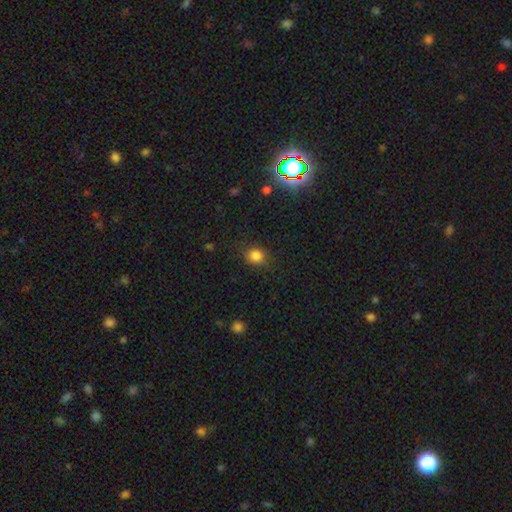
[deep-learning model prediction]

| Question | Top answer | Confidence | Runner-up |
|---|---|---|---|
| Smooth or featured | smooth | 83% | star or artifact (12%) |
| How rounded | round | 73% | in between (26%) |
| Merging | none | 83% | minor disturbance (12%) |